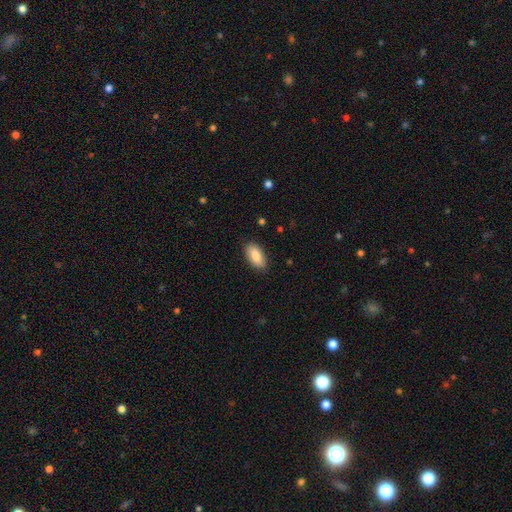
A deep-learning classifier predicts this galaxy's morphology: A smooth galaxy with no disk features (88%) that is in between round and cigar-shaped (93%). Merging: none (87%).